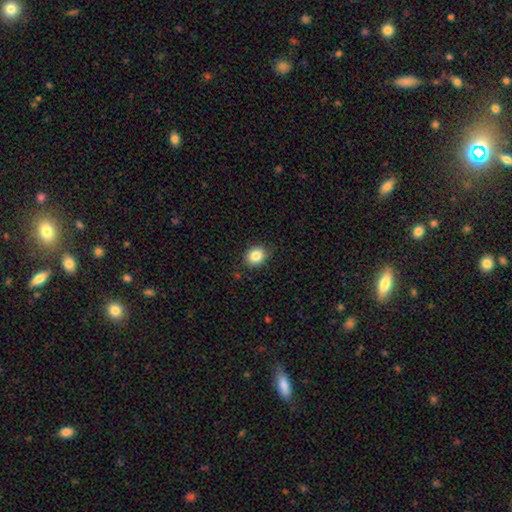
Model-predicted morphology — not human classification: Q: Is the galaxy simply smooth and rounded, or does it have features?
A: smooth — 85%.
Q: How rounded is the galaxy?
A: round — 63%.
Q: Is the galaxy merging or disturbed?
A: none — 86%.